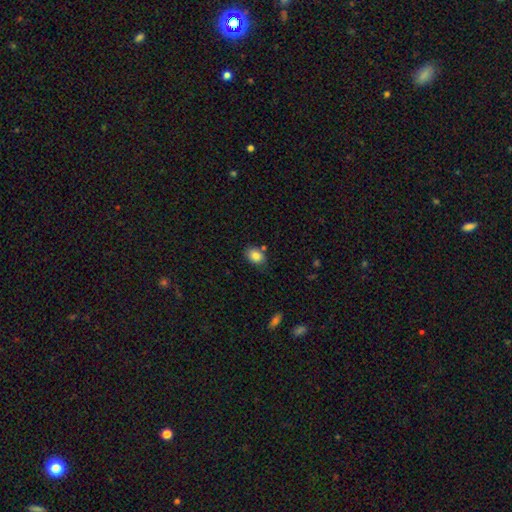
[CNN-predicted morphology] Smooth or featured: smooth — 85% (star or artifact — 9%)
How rounded: in between — 74% (round — 25%)
Merging: none — 75% (minor disturbance — 15%)